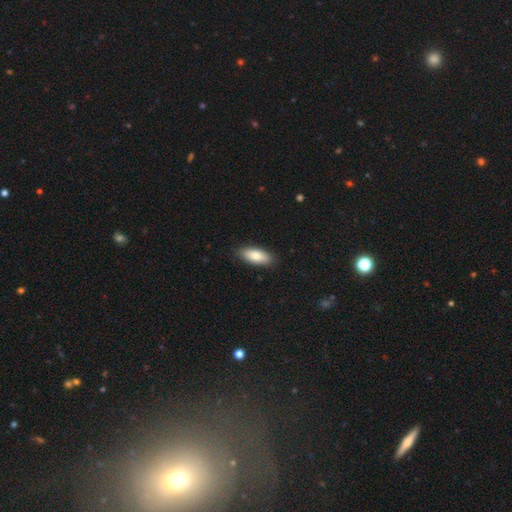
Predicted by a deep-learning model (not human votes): Overall: smooth (81%). How rounded: in between (82%). Merging: none (89%).